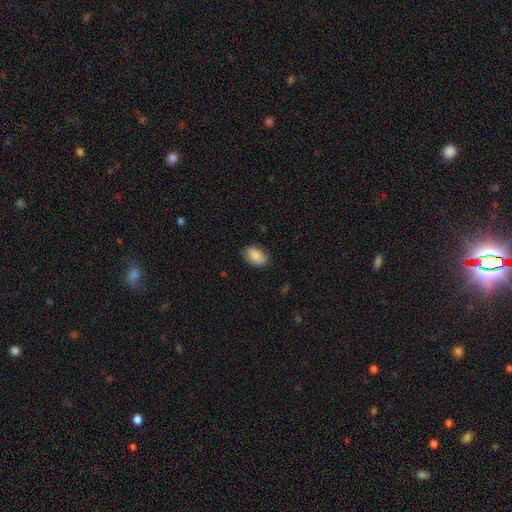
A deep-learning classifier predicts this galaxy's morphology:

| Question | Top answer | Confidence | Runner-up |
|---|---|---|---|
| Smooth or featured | smooth | 88% | star or artifact (7%) |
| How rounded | in between | 90% | round (8%) |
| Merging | none | 85% | minor disturbance (11%) |